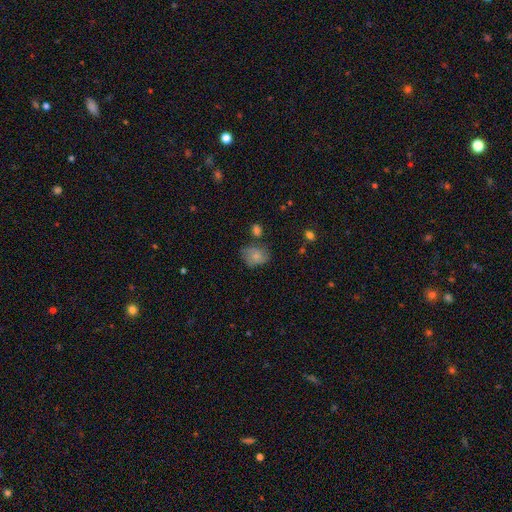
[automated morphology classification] A smooth galaxy with no disk features (64%) that is in between round and cigar-shaped (50%). Merging: none (53%).